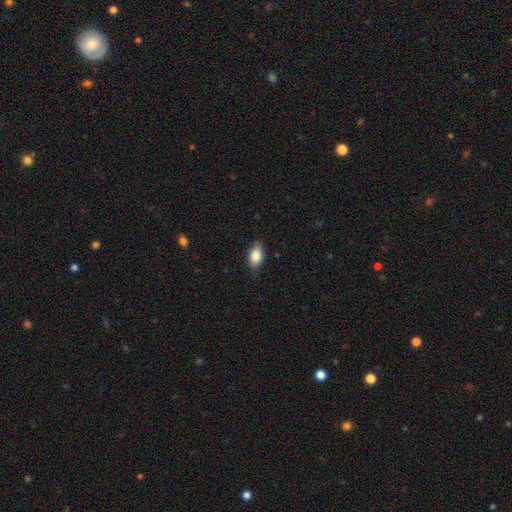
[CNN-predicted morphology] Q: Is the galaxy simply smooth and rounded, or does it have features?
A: smooth — 84%.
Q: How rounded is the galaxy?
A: in between — 90%.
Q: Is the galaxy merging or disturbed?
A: none — 80%.